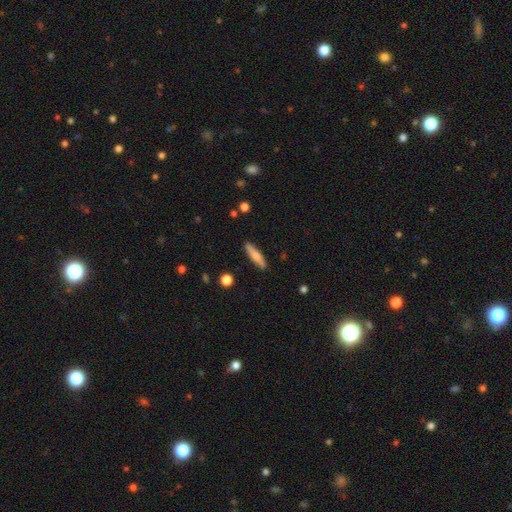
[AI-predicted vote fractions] A smooth galaxy with no disk features (67%) that is cigar-shaped (81%). Merging: none (89%).